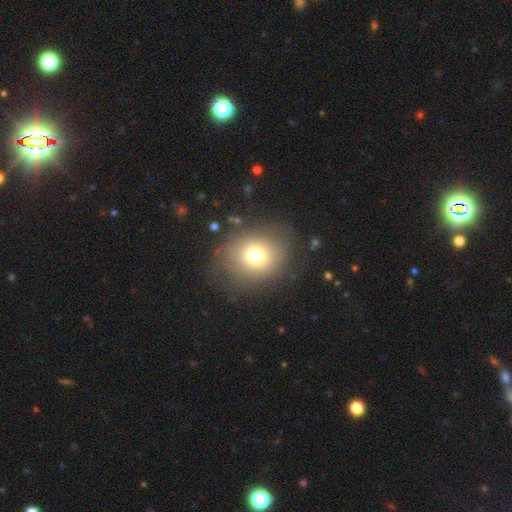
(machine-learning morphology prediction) A smooth galaxy with no disk features (71%) that is round (71%).

Vote fractions:
- Smooth or featured? smooth: 71% / featured or disk: 14% / star or artifact: 14%
- How rounded? round: 71% / in between: 28% / cigar-shaped: 1%
- Merging? none: 76% / minor disturbance: 14% / major disturbance: 9% / merger: 2%